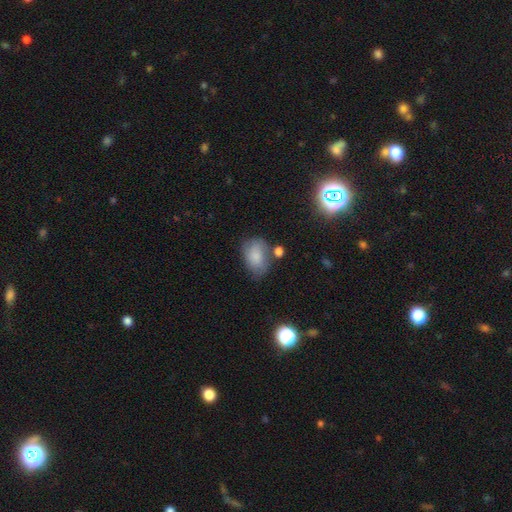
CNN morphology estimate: Smooth or featured?
  - smooth: 80% *
  - featured or disk: 12%
  - star or artifact: 8%
How rounded?
  - in between: 82% *
  - round: 17%
  - cigar-shaped: 1%
Merging?
  - none: 56% *
  - minor disturbance: 24%
  - merger: 11%
  - major disturbance: 8%